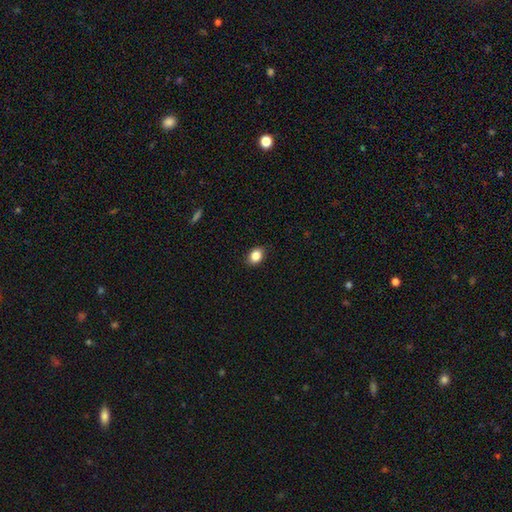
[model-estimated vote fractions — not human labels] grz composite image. It shows a smooth galaxy with no disk features (86%) that is in between round and cigar-shaped (64%). Merging: none (87%).